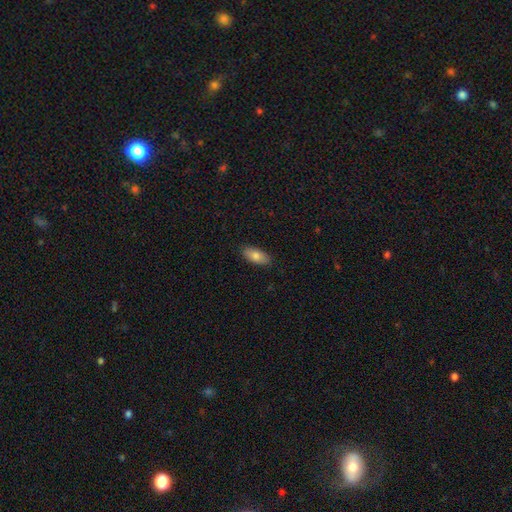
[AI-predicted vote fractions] smooth 81%, featured or disk 13%, star or artifact 7%. Down the decision tree: how rounded — in between (90%); merging — none (88%).